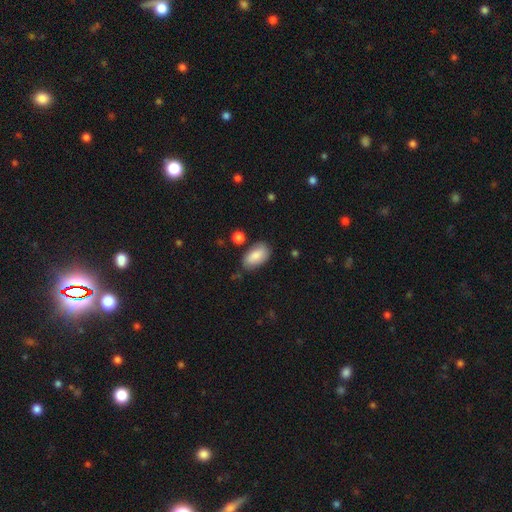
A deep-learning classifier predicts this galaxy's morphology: Smooth or featured? smooth (82%)
How rounded? in between (94%)
Merging? none (72%)